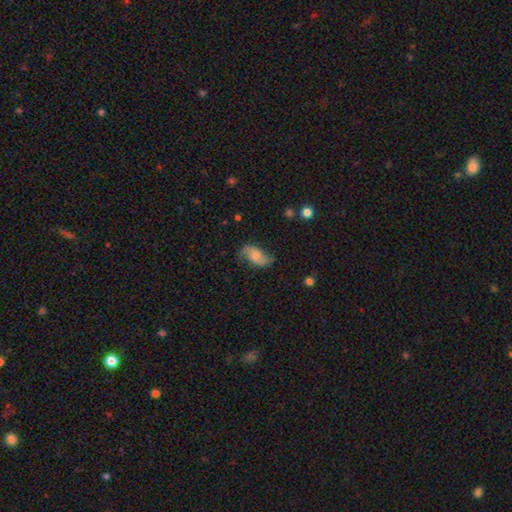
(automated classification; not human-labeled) The model was most divided on "smooth or featured": featured or disk: 49%, smooth: 43%, star or artifact: 8%. More confident: merging — none (64%).